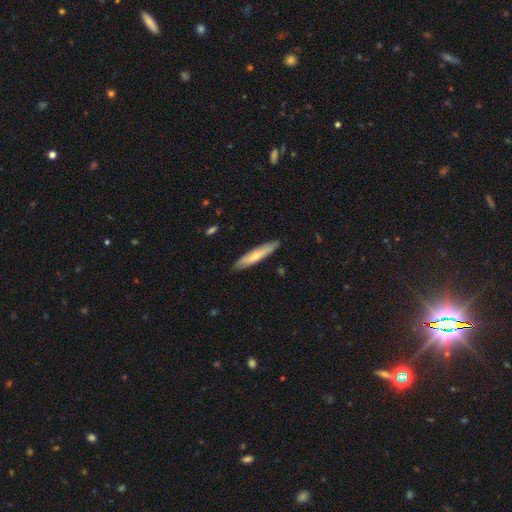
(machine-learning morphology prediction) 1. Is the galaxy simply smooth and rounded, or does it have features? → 59% smooth, 36% featured or disk, 5% star or artifact.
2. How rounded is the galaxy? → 85% cigar-shaped, 13% in between, 1% round.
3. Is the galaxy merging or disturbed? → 86% none, 11% minor disturbance, 2% major disturbance, 1% merger.